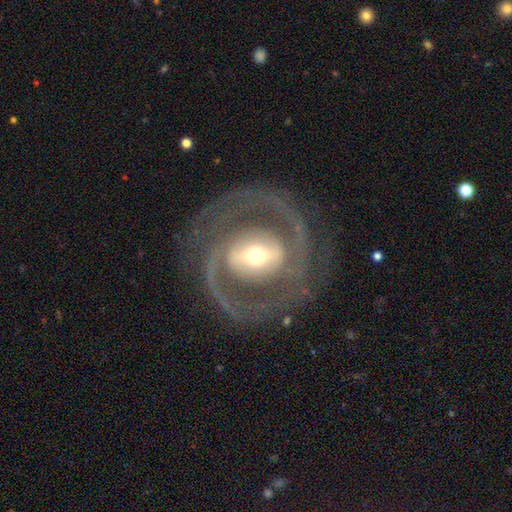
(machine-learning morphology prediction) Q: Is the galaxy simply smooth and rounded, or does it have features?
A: featured or disk — 87%.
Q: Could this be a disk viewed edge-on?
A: no — 96%.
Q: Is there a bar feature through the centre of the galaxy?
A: strong — 48%.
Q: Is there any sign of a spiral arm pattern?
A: yes — 88%.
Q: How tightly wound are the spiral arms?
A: medium — 45%.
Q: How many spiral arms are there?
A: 2 — 85%.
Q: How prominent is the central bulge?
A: moderate — 51%.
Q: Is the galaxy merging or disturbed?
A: none — 78%.